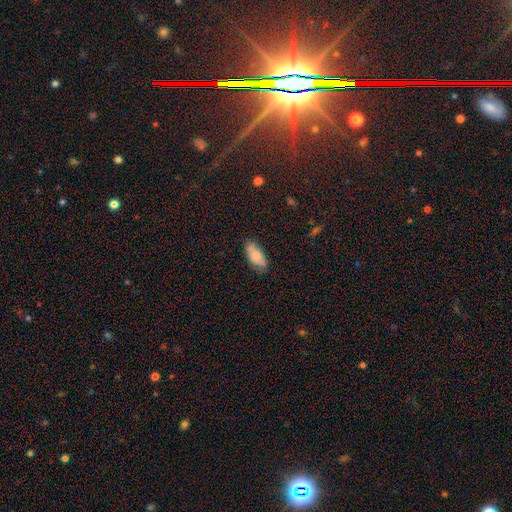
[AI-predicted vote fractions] smooth 78%, featured or disk 15%, star or artifact 7%. Down the decision tree: how rounded — in between (86%); merging — none (73%).